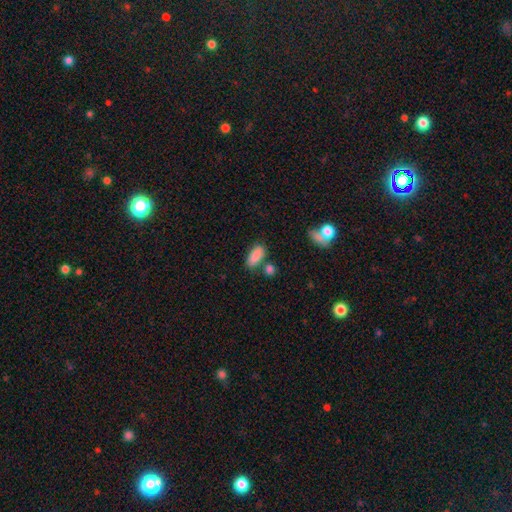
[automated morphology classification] Smooth or featured: smooth — 87% (star or artifact — 7%)
How rounded: in between — 86% (cigar-shaped — 11%)
Merging: none — 67% (minor disturbance — 16%)